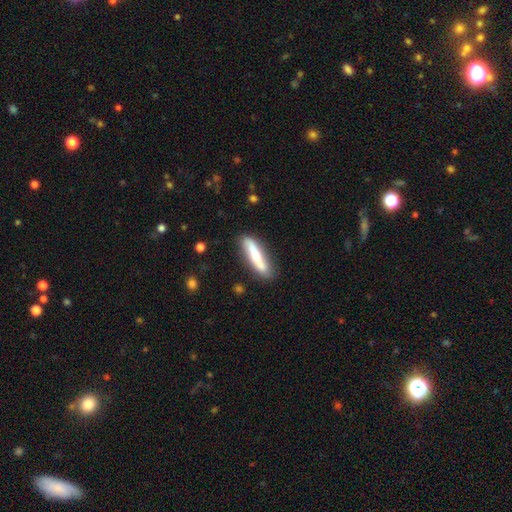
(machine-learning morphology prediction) Smooth or featured? Predicted: smooth (p=0.58). How rounded? Predicted: cigar-shaped (p=0.84). Merging? Predicted: none (p=0.78).